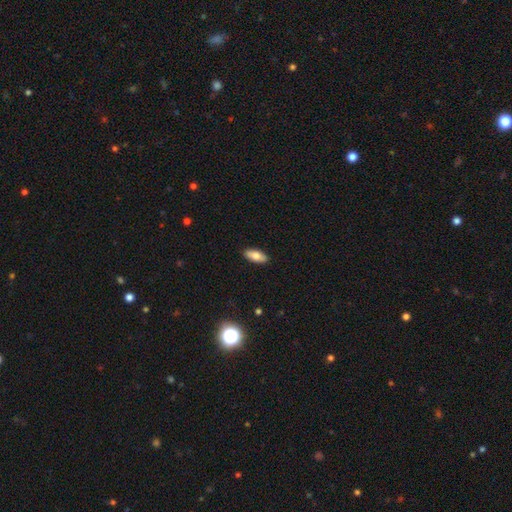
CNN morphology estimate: smooth-or-featured: smooth: 77% | featured or disk: 16% | star or artifact: 7%
  how-rounded: in between: 82% | cigar-shaped: 16% | round: 2%
  merging: none: 90% | minor disturbance: 7% | major disturbance: 2% | merger: 1%